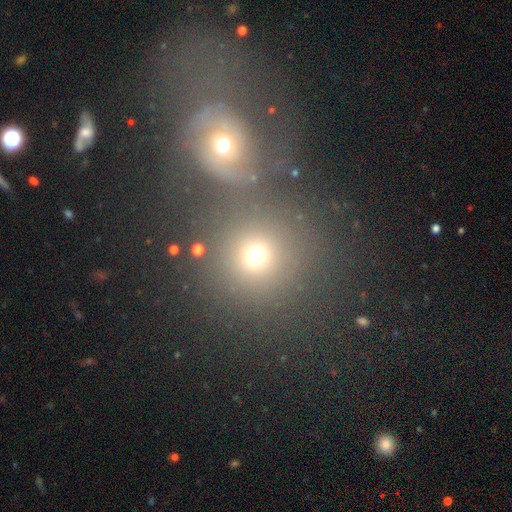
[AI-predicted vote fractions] Morphology: type=smooth (68%); roundness=round (89%); merging=none (67%).